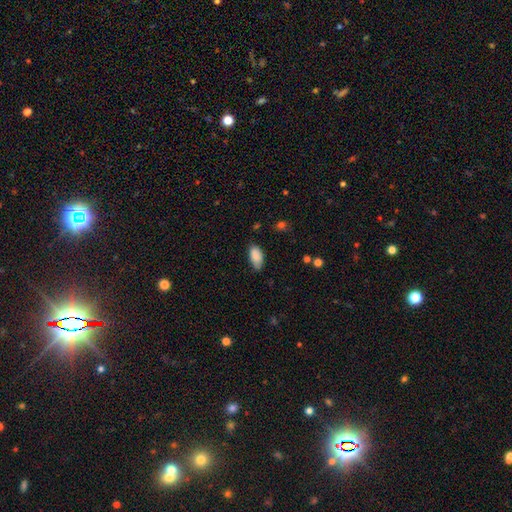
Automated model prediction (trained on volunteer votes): Smooth or featured: smooth — 87% (star or artifact — 7%)
How rounded: in between — 93% (cigar-shaped — 4%)
Merging: none — 69% (minor disturbance — 25%)